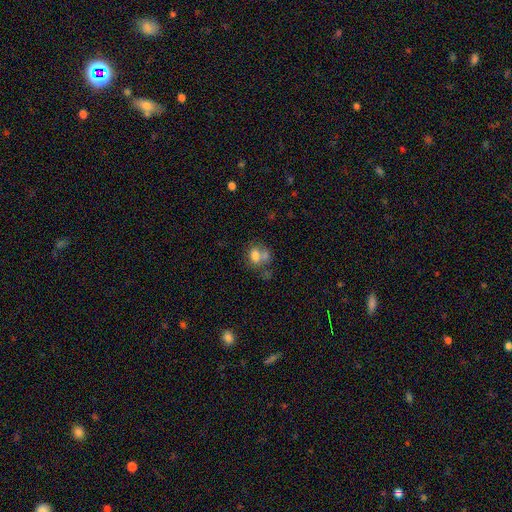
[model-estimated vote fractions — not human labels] Smooth or featured? Predicted: smooth (p=0.70). How rounded? Predicted: in between (p=0.61). Merging? Predicted: merger (p=0.44).